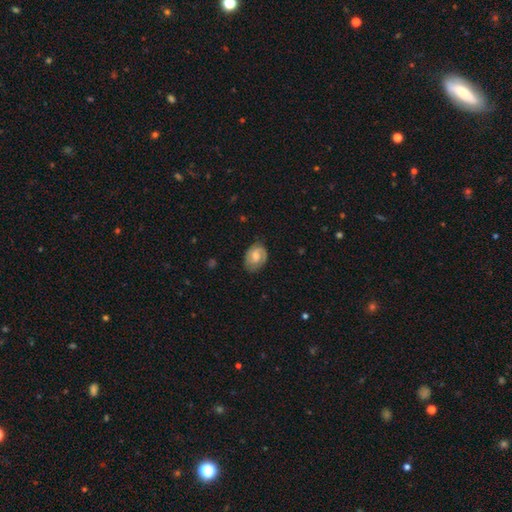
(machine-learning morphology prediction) smooth-or-featured: featured or disk: 57% | smooth: 36% | star or artifact: 7%
  disk-edge-on: no: 96% | yes: 4%
    bar: no: 53% | weak: 39% | strong: 8%
    has-spiral-arms: yes: 85% | no: 15%
    bulge-size: moderate: 59% | small: 33% | large: 4% | none: 3% | dominant: 1%
  merging: none: 71% | minor disturbance: 22% | major disturbance: 6% | merger: 1%